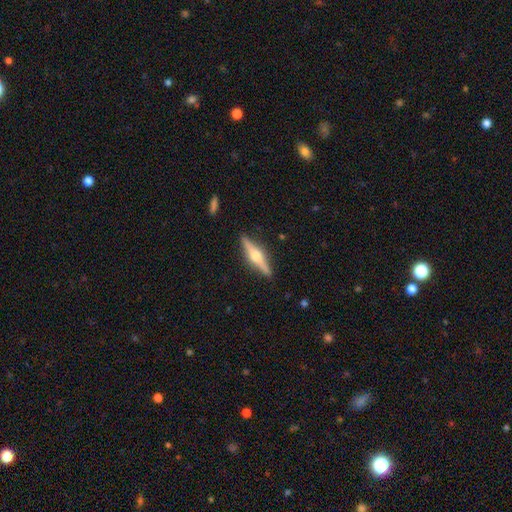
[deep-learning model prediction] featured or disk 75%, smooth 20%, star or artifact 5%. Down the decision tree: edge-on disk — yes (97%); edge-on bulge — rounded (94%); merging — none (89%).